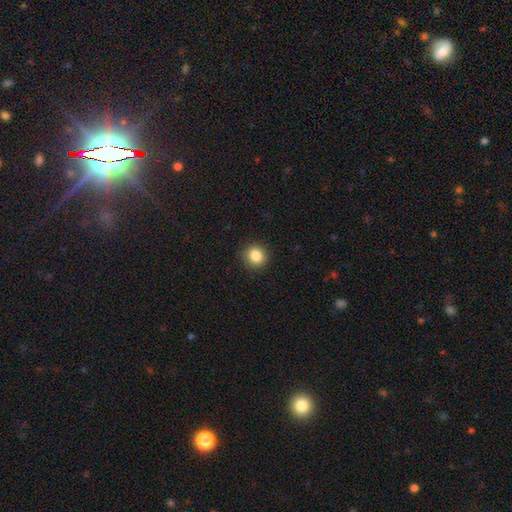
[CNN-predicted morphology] smooth-or-featured: smooth: 84% | star or artifact: 10% | featured or disk: 5%
  how-rounded: round: 88% | in between: 11% | cigar-shaped: 1%
  merging: none: 91% | minor disturbance: 7% | major disturbance: 2% | merger: 1%